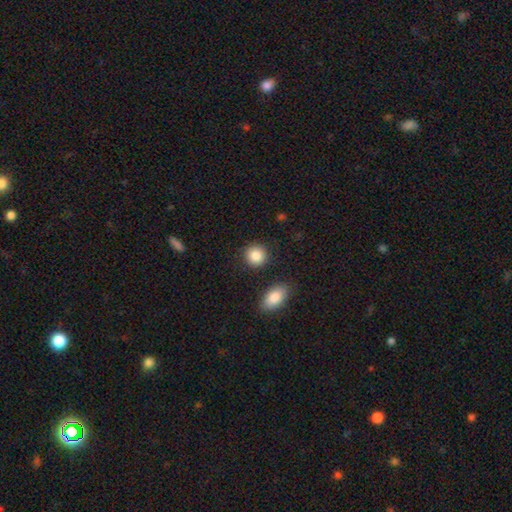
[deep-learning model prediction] Morphology: type=smooth (87%); roundness=round (86%); merging=none (86%).